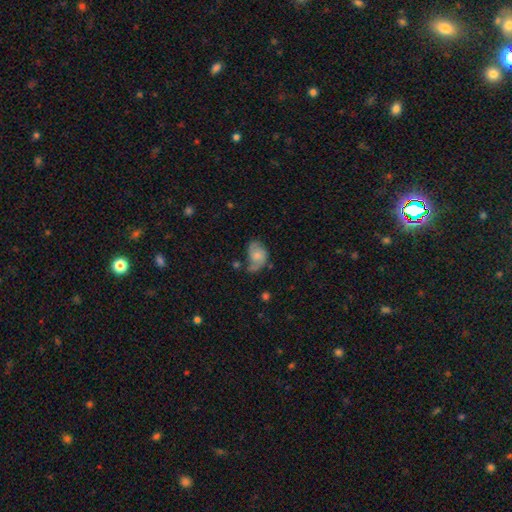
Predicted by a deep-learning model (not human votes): Q: Smooth or featured?
A: smooth (49%); runner-up: featured or disk (42%)
Q: Merging?
A: none (35%); runner-up: minor disturbance (32%)